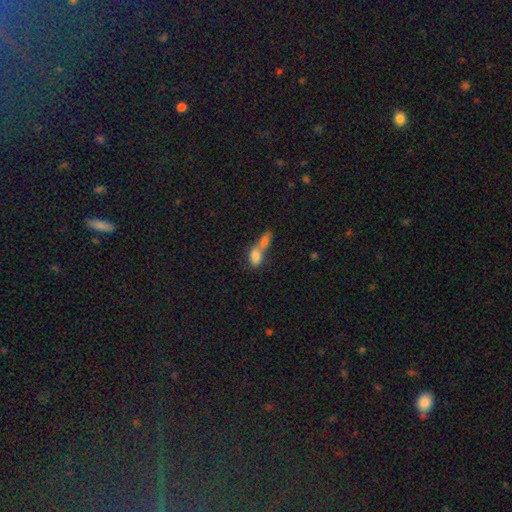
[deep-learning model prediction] This is likely a smooth galaxy (76%). How rounded: likely in between (74%). Merging: likely merger (71%).